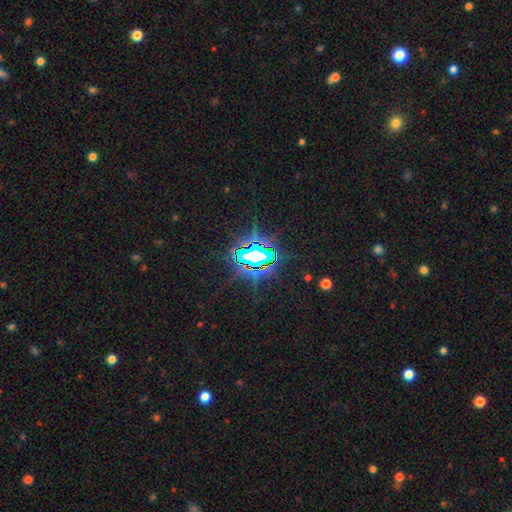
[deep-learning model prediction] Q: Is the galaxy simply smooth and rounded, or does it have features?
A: star or artifact — 81%.